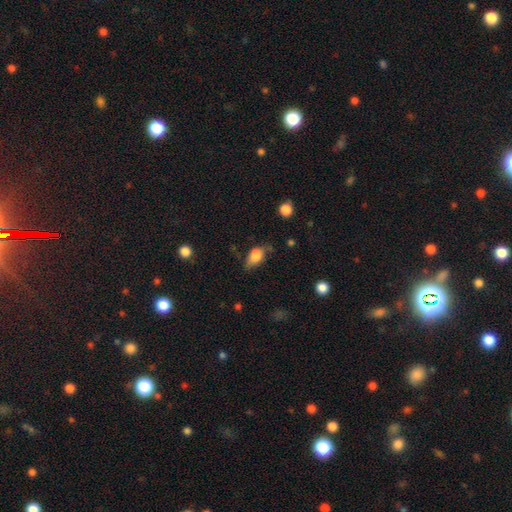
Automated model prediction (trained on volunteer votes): Smooth or featured? Predicted: smooth (p=0.78). How rounded? Predicted: in between (p=0.85). Merging? Predicted: none (p=0.49).